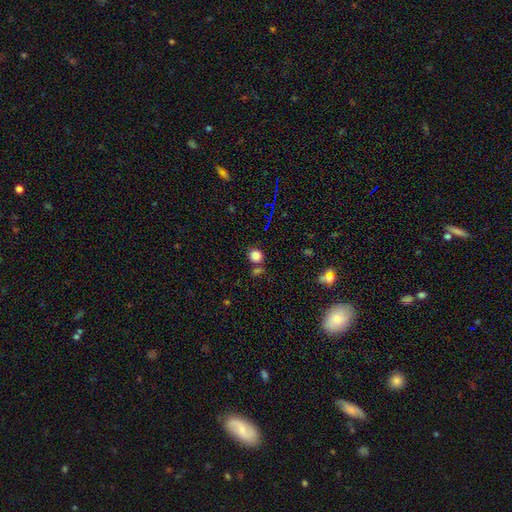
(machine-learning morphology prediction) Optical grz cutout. It shows a smooth galaxy with no disk features (82%) that is round (84%). Merging: none (70%).